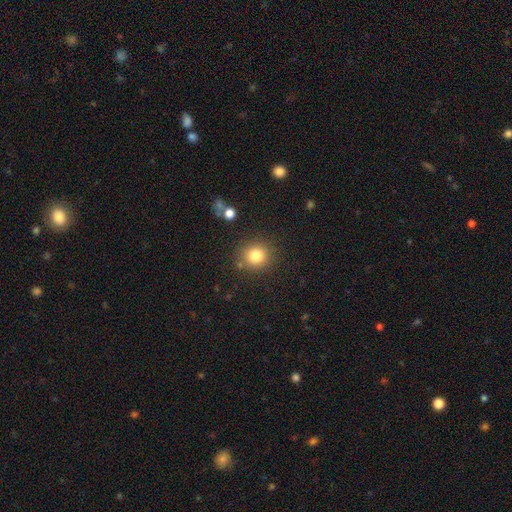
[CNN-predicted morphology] Smooth or featured?
  - smooth: 81% *
  - star or artifact: 12%
  - featured or disk: 7%
How rounded?
  - round: 86% *
  - in between: 13%
  - cigar-shaped: 1%
Merging?
  - none: 83% *
  - minor disturbance: 9%
  - merger: 4%
  - major disturbance: 3%